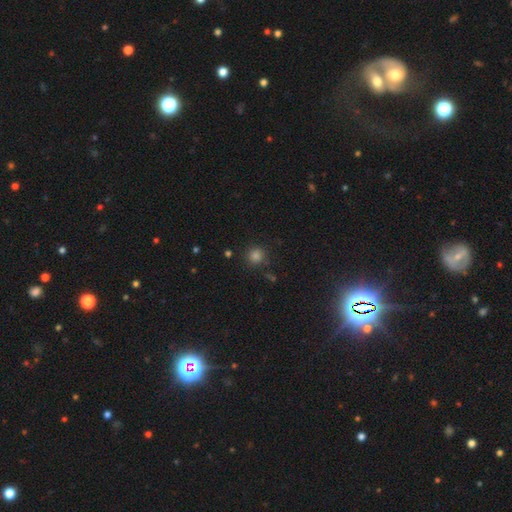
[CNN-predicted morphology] smooth 76%, star or artifact 19%, featured or disk 4%. Down the decision tree: how rounded — round (93%); merging — none (85%).